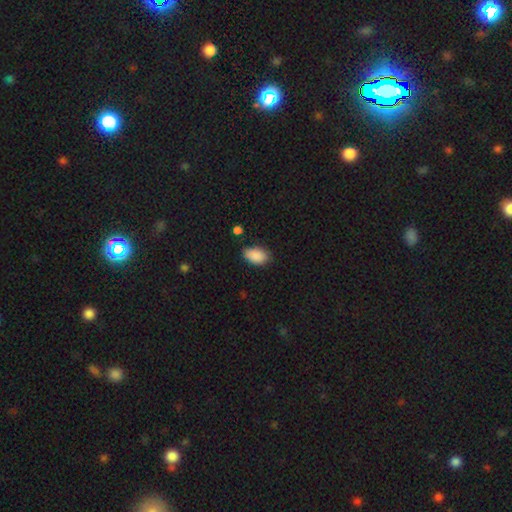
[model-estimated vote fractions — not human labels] smooth_or_featured: smooth (p=0.89) [alt: star or artifact p=0.07]
how_rounded: in between (p=0.92) [alt: round p=0.07]
merging: none (p=0.72) [alt: minor disturbance p=0.22]